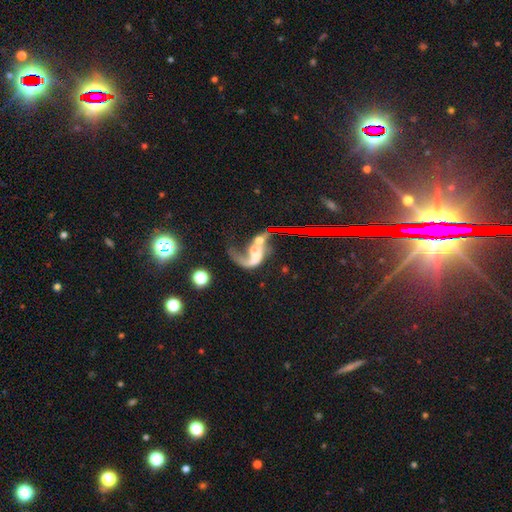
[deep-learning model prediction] Morphology: type=featured or disk (70%); edge-on=no (97%); bar=no (61%); spiral arms=yes (78%); winding=loose (79%); arm count=1 (62%); bulge=moderate (33%); merging=merger (44%).